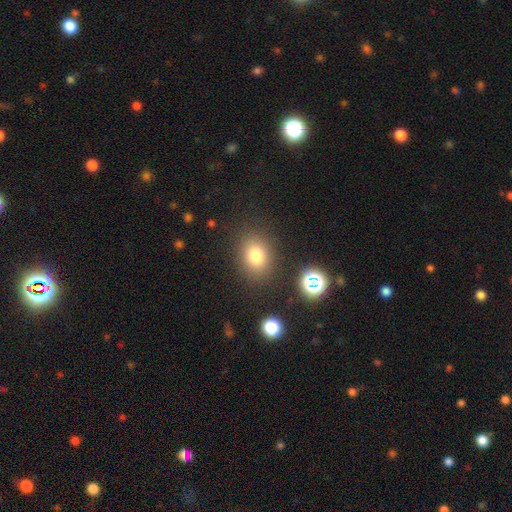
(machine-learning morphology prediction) smooth-or-featured: smooth: 78% | star or artifact: 14% | featured or disk: 8%
  how-rounded: in between: 52% | round: 47% | cigar-shaped: 1%
  merging: none: 84% | minor disturbance: 10% | major disturbance: 4% | merger: 3%